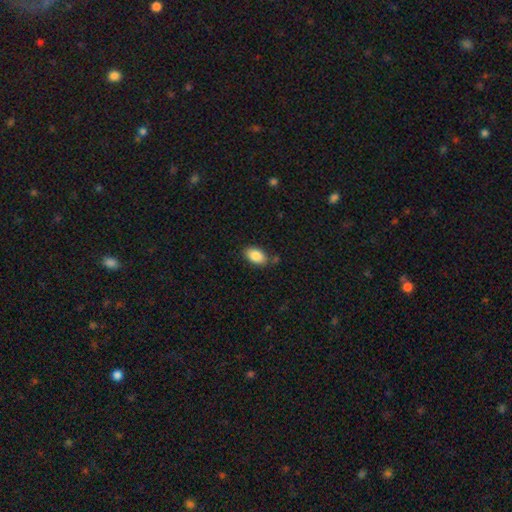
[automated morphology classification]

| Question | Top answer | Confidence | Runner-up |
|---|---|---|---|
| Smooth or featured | smooth | 87% | star or artifact (7%) |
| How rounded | in between | 93% | round (6%) |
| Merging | none | 77% | minor disturbance (15%) |